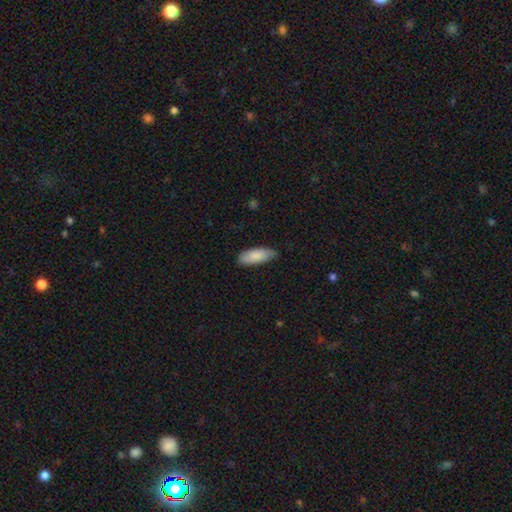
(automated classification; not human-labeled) Q: Smooth or featured?
A: smooth (87%); runner-up: featured or disk (8%)
Q: How rounded?
A: in between (73%); runner-up: cigar-shaped (26%)
Q: Merging?
A: none (78%); runner-up: minor disturbance (18%)